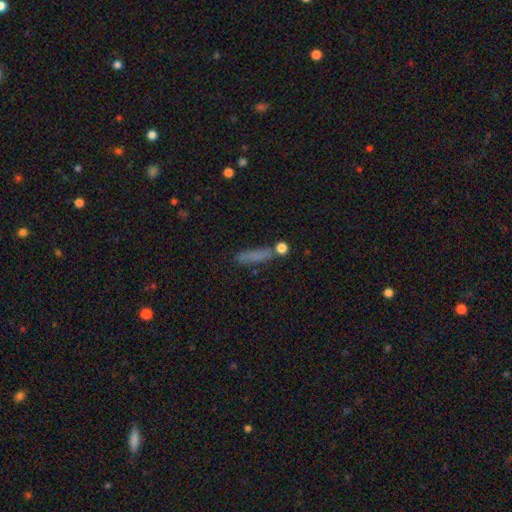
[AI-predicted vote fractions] This appears to be a smooth galaxy with no disk features (72%) that is cigar-shaped (81%). Merging: none (73%).